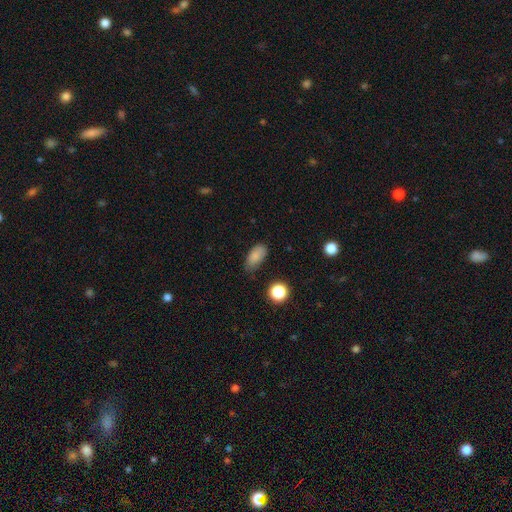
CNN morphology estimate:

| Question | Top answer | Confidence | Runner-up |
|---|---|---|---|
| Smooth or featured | smooth | 82% | star or artifact (10%) |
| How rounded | in between | 90% | round (6%) |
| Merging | none | 67% | minor disturbance (25%) |